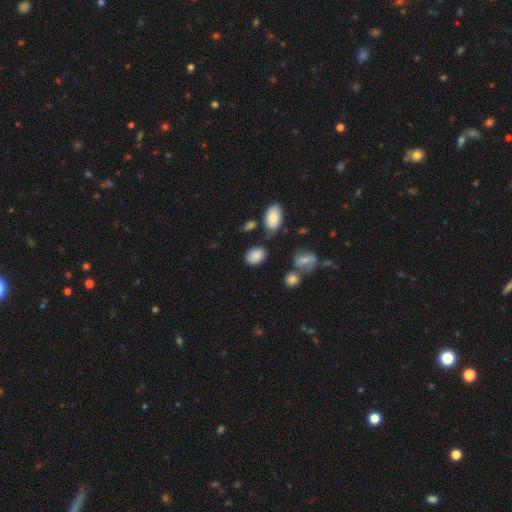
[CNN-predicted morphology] The model was most divided on "how rounded": in between: 73%, round: 25%, cigar-shaped: 1%. More confident: smooth or featured — smooth (84%); merging — none (77%).